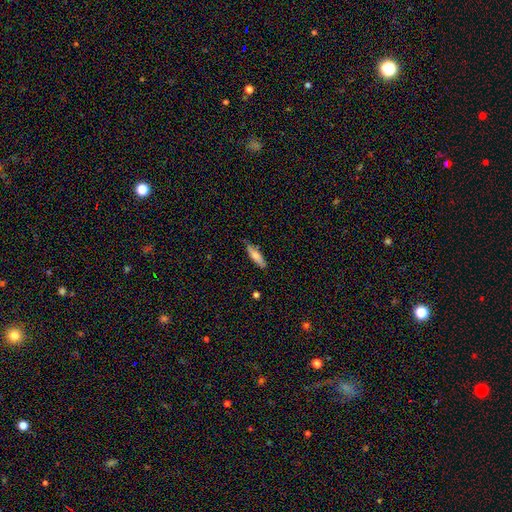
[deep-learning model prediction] A smooth galaxy with no disk features (75%) that is cigar-shaped (64%).

Vote fractions:
- Smooth or featured? smooth: 75% / featured or disk: 19% / star or artifact: 6%
- How rounded? cigar-shaped: 64% / in between: 34% / round: 2%
- Merging? none: 78% / minor disturbance: 17% / major disturbance: 3% / merger: 2%